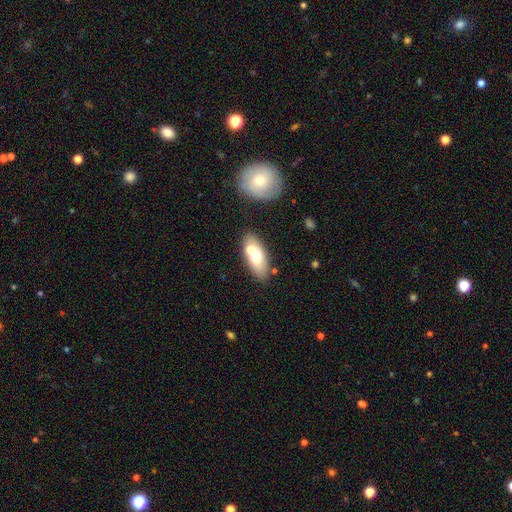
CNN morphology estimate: type=smooth (64%); roundness=in between (82%); merging=none (61%).